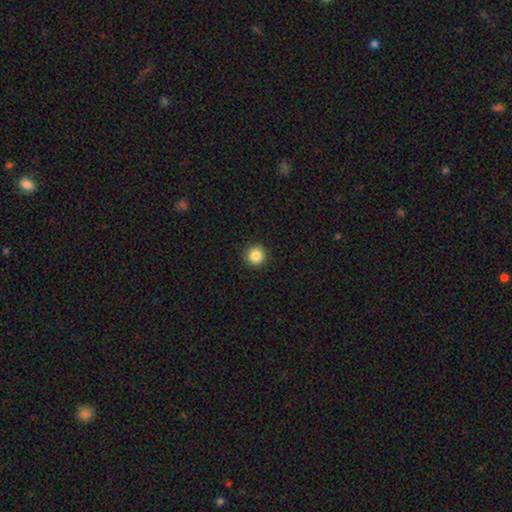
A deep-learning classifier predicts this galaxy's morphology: This appears to be a smooth galaxy with no disk features (86%) that is round (96%). Merging: none (93%).